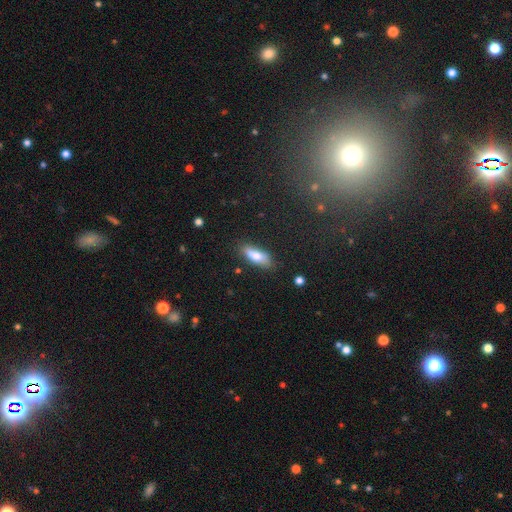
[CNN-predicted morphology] Smooth or featured?
  - smooth: 75% *
  - featured or disk: 18%
  - star or artifact: 7%
How rounded?
  - in between: 62% *
  - cigar-shaped: 36%
  - round: 2%
Merging?
  - none: 74% *
  - minor disturbance: 19%
  - major disturbance: 5%
  - merger: 3%